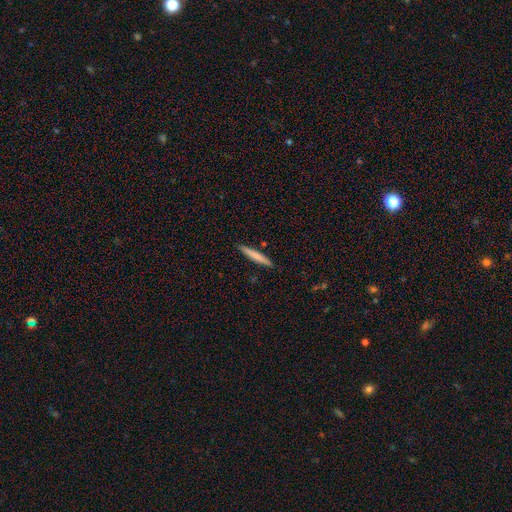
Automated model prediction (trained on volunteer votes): Q: Smooth or featured?
A: smooth (71%); runner-up: featured or disk (24%)
Q: How rounded?
A: cigar-shaped (96%); runner-up: in between (3%)
Q: Merging?
A: none (91%); runner-up: minor disturbance (6%)